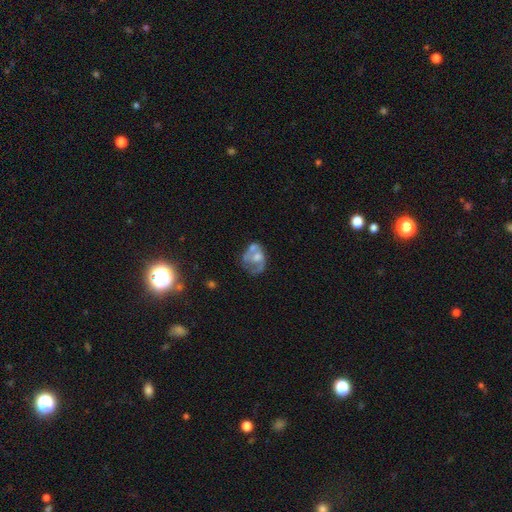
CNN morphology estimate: smooth-or-featured: featured or disk: 53% | smooth: 38% | star or artifact: 9%
  disk-edge-on: no: 97% | yes: 3%
    bar: no: 83% | weak: 14% | strong: 3%
    has-spiral-arms: no: 78% | yes: 22%
    bulge-size: moderate: 48% | none: 21% | small: 19% | large: 11% | dominant: 2%
  merging: none: 30% | merger: 27% | major disturbance: 23% | minor disturbance: 20%